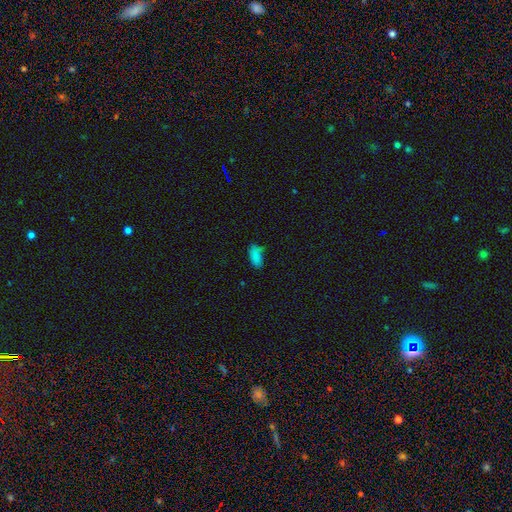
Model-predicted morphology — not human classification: Smooth or featured? smooth (83%)
How rounded? in between (88%)
Merging? none (65%)